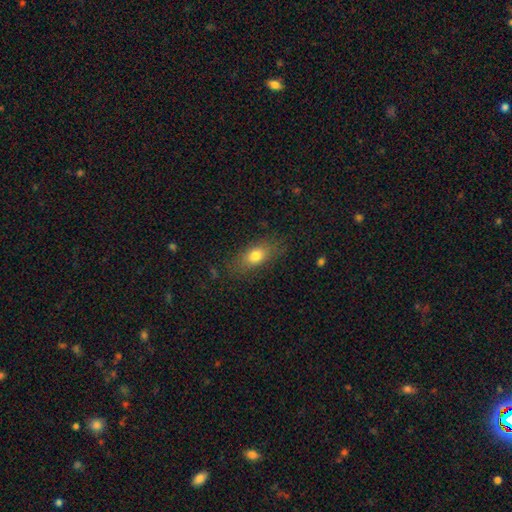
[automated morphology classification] smooth_or_featured: smooth (p=0.76) [alt: featured or disk p=0.15]
how_rounded: in between (p=0.80) [alt: cigar-shaped p=0.11]
merging: none (p=0.78) [alt: minor disturbance p=0.15]